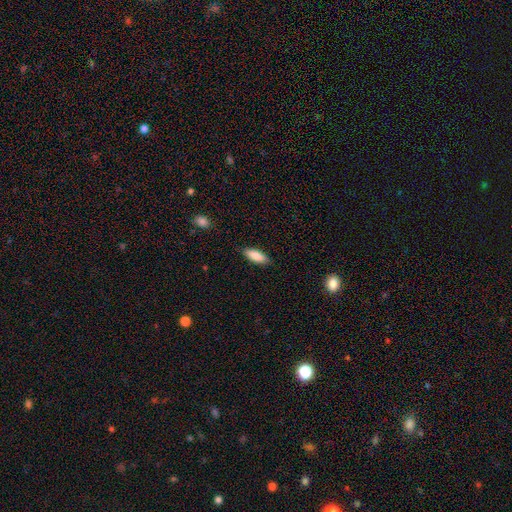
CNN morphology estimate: The model was most divided on "how rounded": in between: 72%, cigar-shaped: 27%, round: 2%. More confident: merging — none (86%); smooth or featured — smooth (86%).